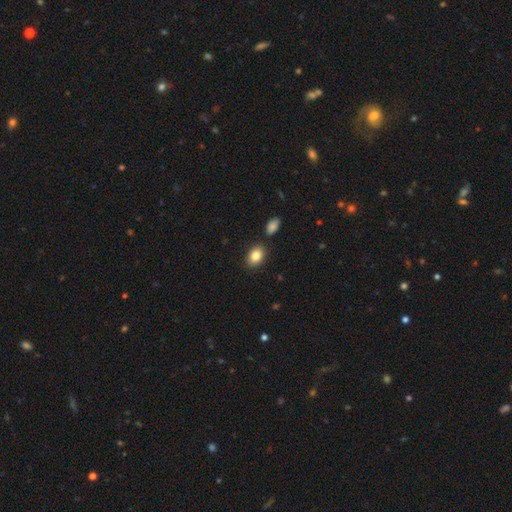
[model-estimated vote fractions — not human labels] Q: Smooth or featured?
A: smooth (85%); runner-up: star or artifact (8%)
Q: How rounded?
A: in between (79%); runner-up: round (19%)
Q: Merging?
A: none (83%); runner-up: minor disturbance (9%)